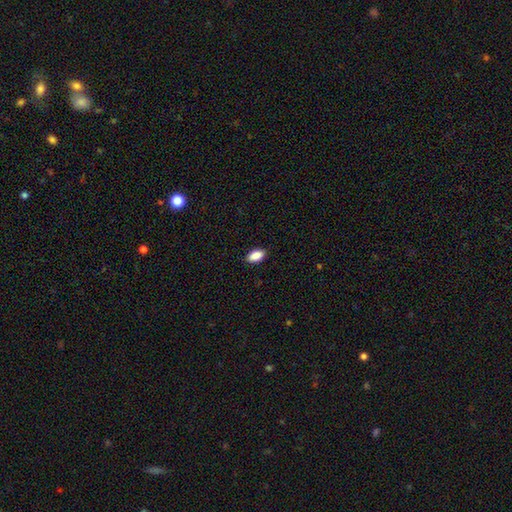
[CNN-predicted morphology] The model was most divided on "merging": none: 89%, minor disturbance: 8%, major disturbance: 2%, merger: 1%. More confident: how rounded — in between (93%); smooth or featured — smooth (89%).